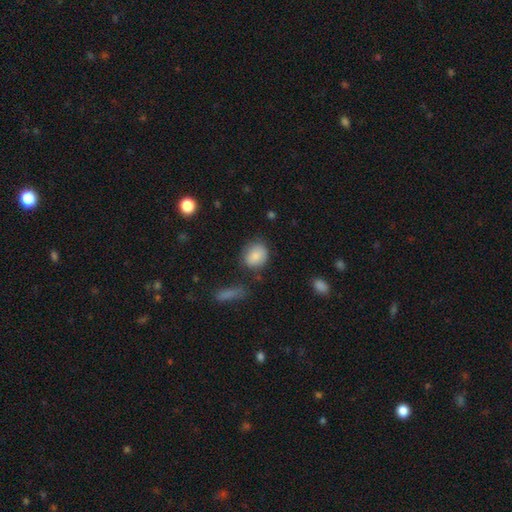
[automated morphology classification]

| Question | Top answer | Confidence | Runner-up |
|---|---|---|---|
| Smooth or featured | smooth | 84% | star or artifact (8%) |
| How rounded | round | 56% | in between (42%) |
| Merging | none | 71% | minor disturbance (18%) |